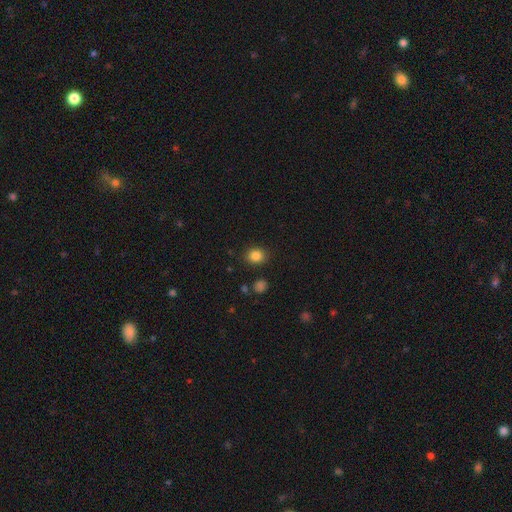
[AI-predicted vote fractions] Overall: smooth (84%). How rounded: round (67%; in between 32%). Merging: none (87%).